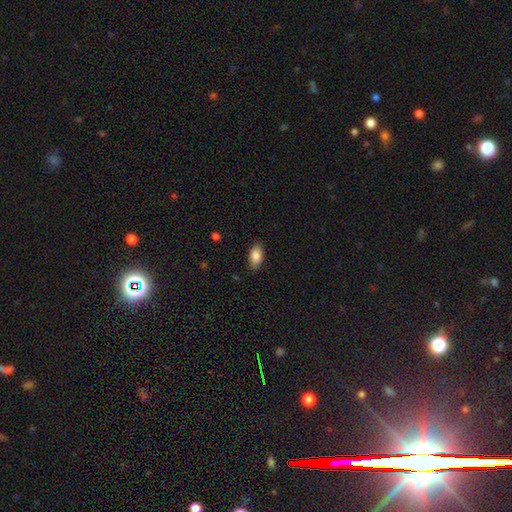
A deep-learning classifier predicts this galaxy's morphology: This appears to be a smooth galaxy with no disk features (86%) that is in between round and cigar-shaped (91%). Merging: none (87%).